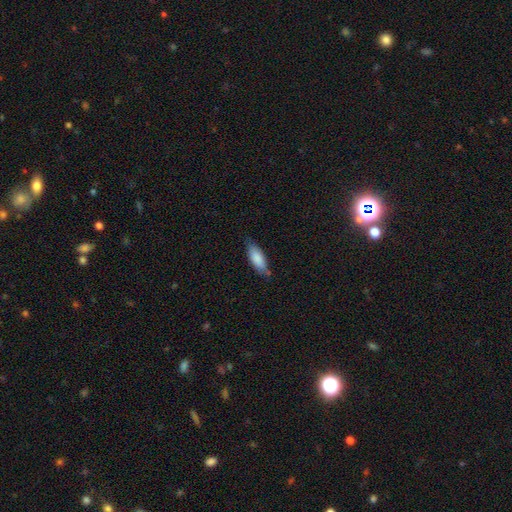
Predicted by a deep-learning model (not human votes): Smooth or featured? smooth (84%)
How rounded? in between (69%)
Merging? none (74%)